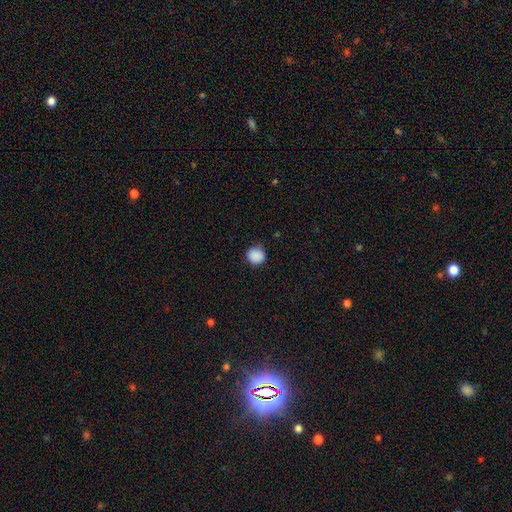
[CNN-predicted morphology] smooth_or_featured: smooth (p=0.89) [alt: star or artifact p=0.09]
how_rounded: round (p=0.88) [alt: in between p=0.11]
merging: none (p=0.88) [alt: minor disturbance p=0.09]